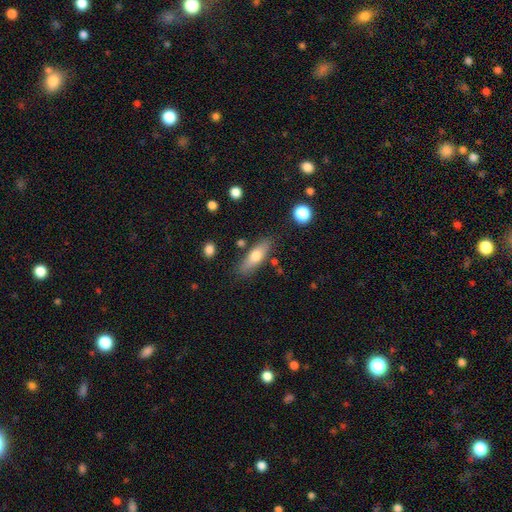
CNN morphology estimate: type=smooth (65%); roundness=in between (51%); merging=none (79%).